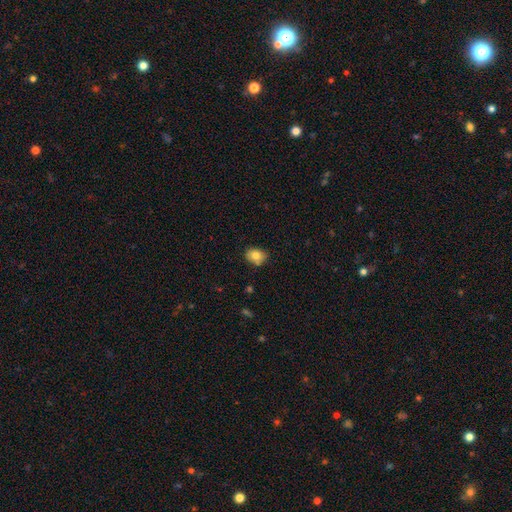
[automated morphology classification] This is clearly a smooth galaxy (80%). How rounded: possibly in between (59%). Merging: likely none (75%).